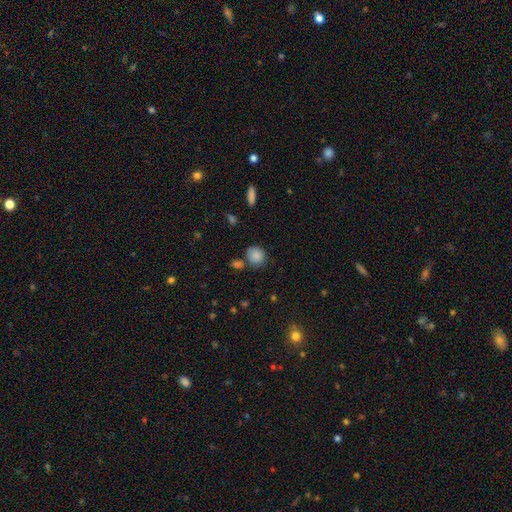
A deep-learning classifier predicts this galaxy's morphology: Smooth or featured? Predicted: smooth (p=0.85). How rounded? Predicted: round (p=0.77). Merging? Predicted: none (p=0.65).